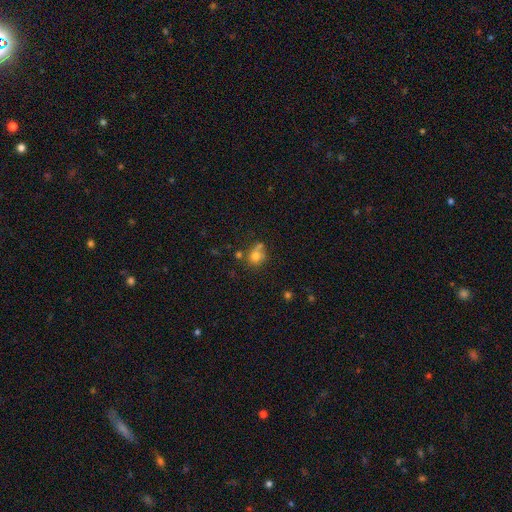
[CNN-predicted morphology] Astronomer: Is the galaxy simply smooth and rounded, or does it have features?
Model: smooth — 73%.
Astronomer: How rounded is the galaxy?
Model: round — 67%.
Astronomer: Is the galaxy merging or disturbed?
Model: none — 43% (runner-up: merger, 29%).